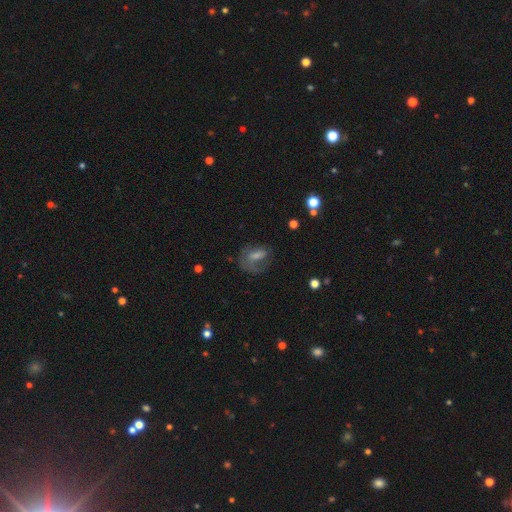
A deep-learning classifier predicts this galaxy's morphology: A featured or disk galaxy (45%).

Vote fractions:
- Smooth or featured? featured or disk: 45% / smooth: 44% / star or artifact: 11%
- Merging? none: 39% / major disturbance: 38% / minor disturbance: 21% / merger: 3%